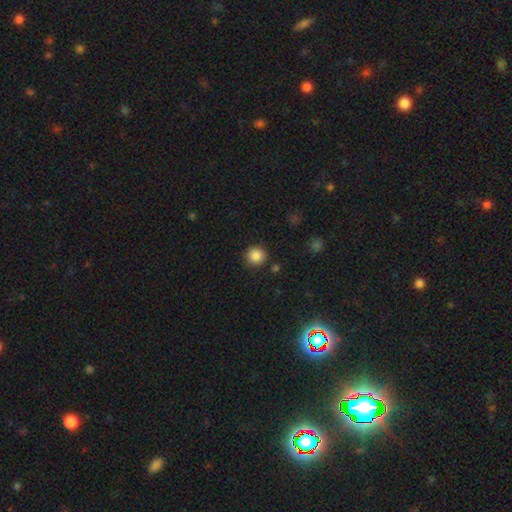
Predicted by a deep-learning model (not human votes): This appears to be a smooth galaxy with no disk features (86%) that is round (93%). Merging: none (90%).